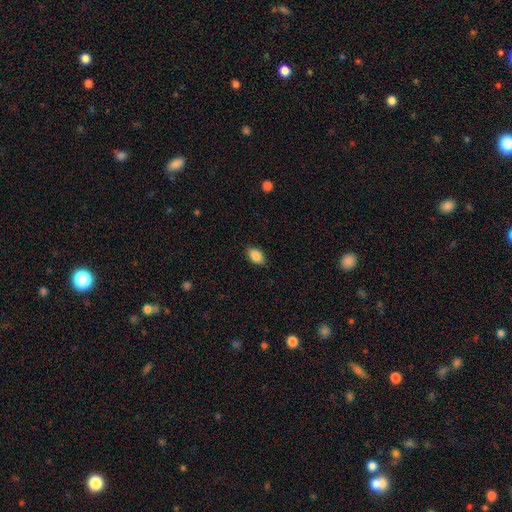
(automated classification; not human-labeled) A smooth galaxy with no disk features (88%) that is in between round and cigar-shaped (88%).

Vote fractions:
- Smooth or featured? smooth: 88% / star or artifact: 8% / featured or disk: 4%
- How rounded? in between: 88% / round: 10% / cigar-shaped: 1%
- Merging? none: 87% / minor disturbance: 10% / major disturbance: 2% / merger: 1%